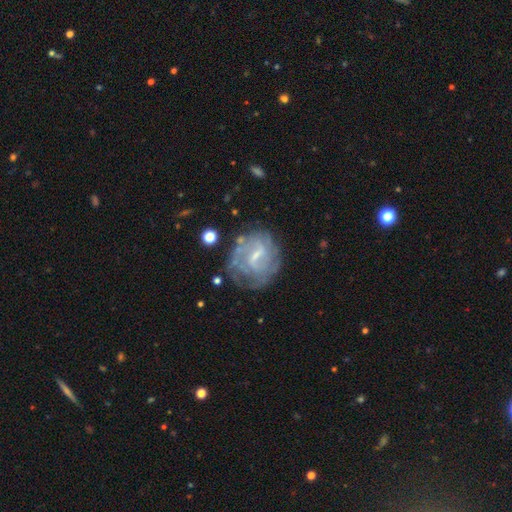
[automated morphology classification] featured or disk 79%, smooth 13%, star or artifact 7%. Down the decision tree: edge-on disk — no (98%); bar — weak (60%); spiral arms — yes (83%); spiral arm count — can't tell (42%); spiral winding — tight (49%); bulge size — small (60%); merging — none (61%).